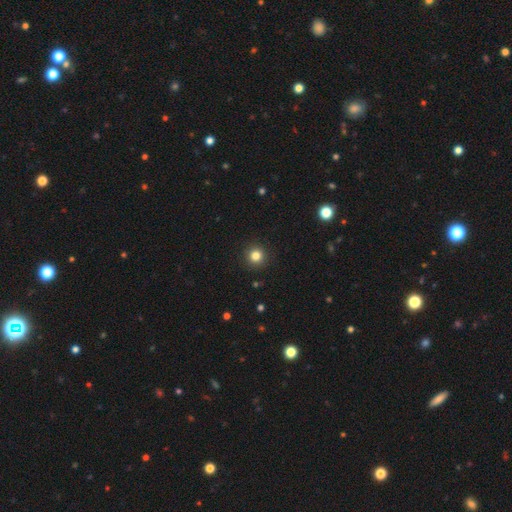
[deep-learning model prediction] Q: Smooth or featured?
A: smooth (82%); runner-up: star or artifact (13%)
Q: How rounded?
A: round (95%); runner-up: in between (4%)
Q: Merging?
A: none (92%); runner-up: minor disturbance (5%)